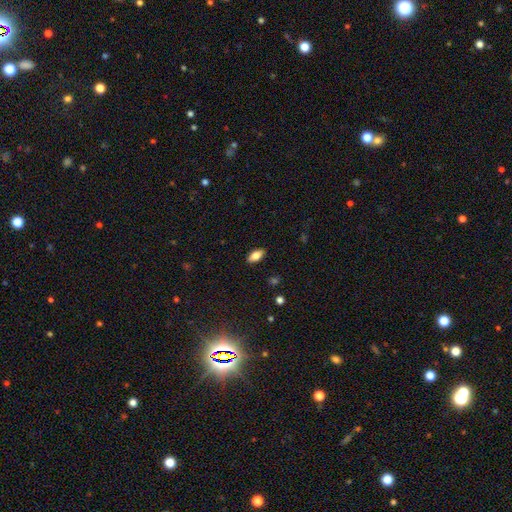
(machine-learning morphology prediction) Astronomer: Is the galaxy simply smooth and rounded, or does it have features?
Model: smooth — 80%.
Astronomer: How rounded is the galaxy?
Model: in between — 89%.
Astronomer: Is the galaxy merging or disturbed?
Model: none — 88%.